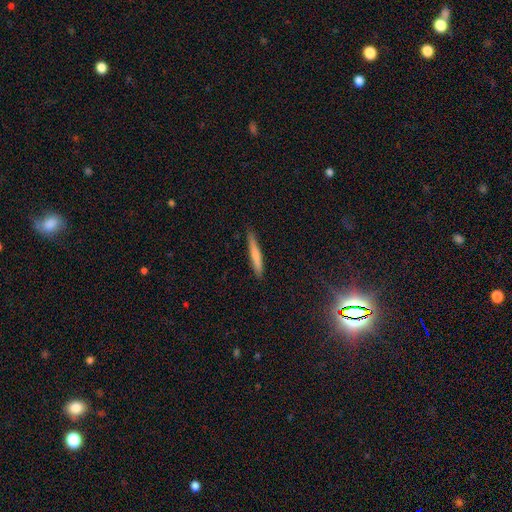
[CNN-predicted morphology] type=smooth (67%); roundness=cigar-shaped (95%); merging=none (89%).